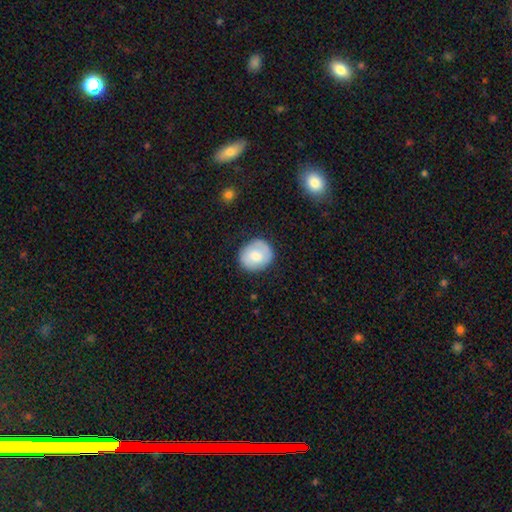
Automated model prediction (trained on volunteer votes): The model was most divided on "how rounded": round: 73%, in between: 26%, cigar-shaped: 1%. More confident: merging — none (83%); smooth or featured — smooth (72%).